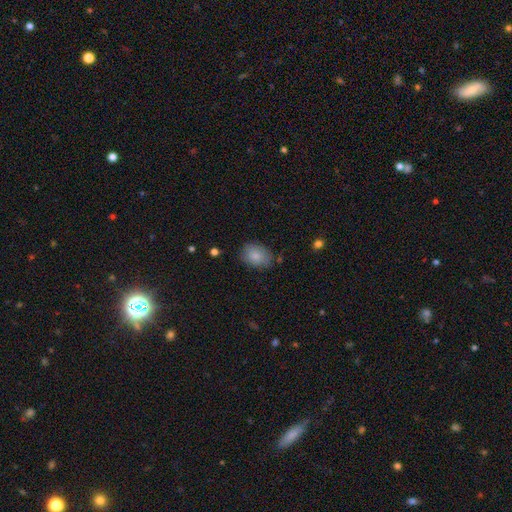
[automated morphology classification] Smooth or featured: smooth — 86% (star or artifact — 7%)
How rounded: in between — 77% (round — 22%)
Merging: none — 77% (minor disturbance — 17%)